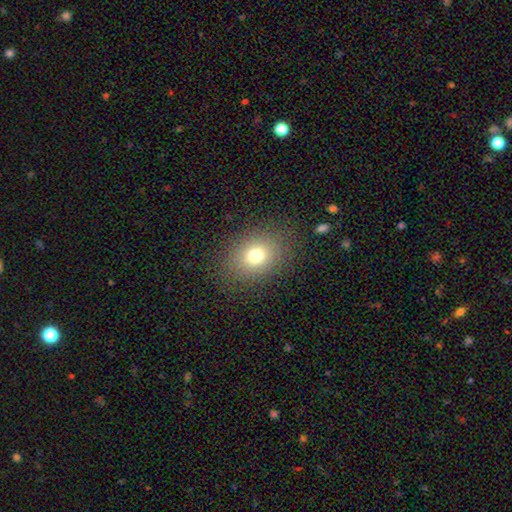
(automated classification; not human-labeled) Smooth or featured?
  - smooth: 73% *
  - star or artifact: 15%
  - featured or disk: 12%
How rounded?
  - round: 52% *
  - in between: 47%
  - cigar-shaped: 1%
Merging?
  - none: 85% *
  - minor disturbance: 9%
  - major disturbance: 5%
  - merger: 1%